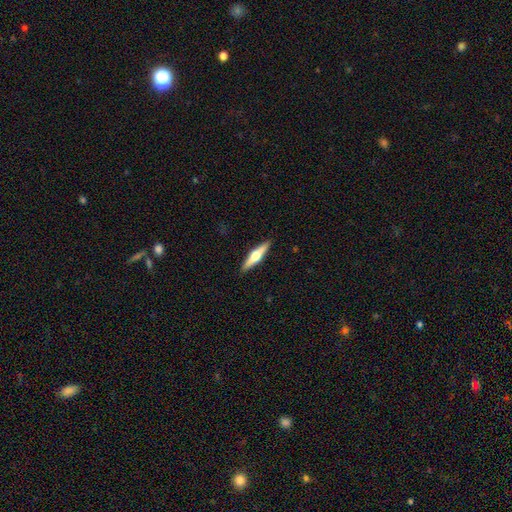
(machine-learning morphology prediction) This appears to be a featured or disk galaxy (62%) viewed edge-on (97%) with a rounded central bulge (95%). Merging: none (91%).